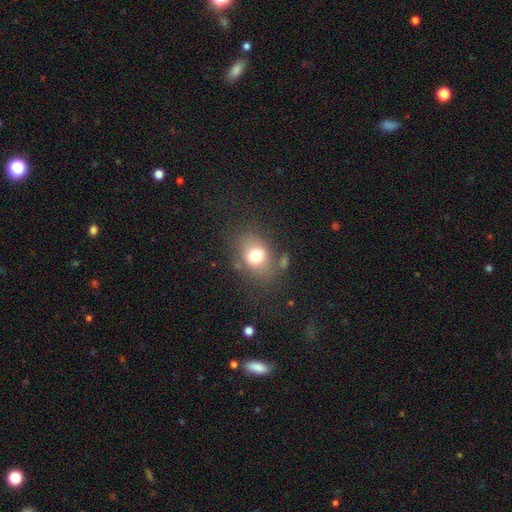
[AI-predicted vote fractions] A smooth galaxy with no disk features (71%) that is in between round and cigar-shaped (58%). Merging: none (68%).